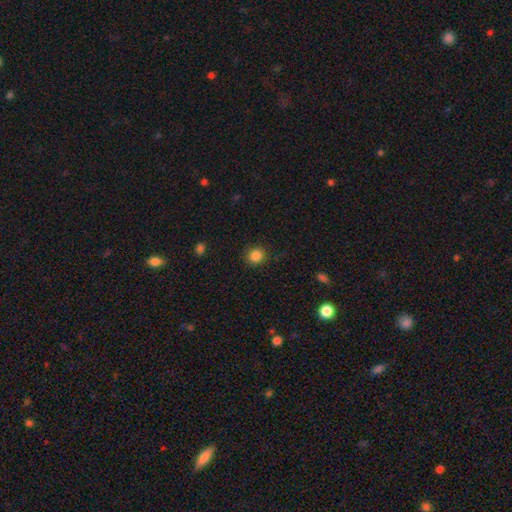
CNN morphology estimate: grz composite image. It shows a smooth galaxy with no disk features (85%) that is round (82%). Merging: none (87%).